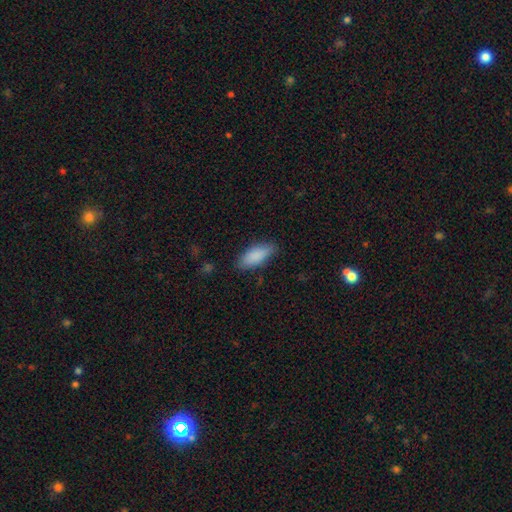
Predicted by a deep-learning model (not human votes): Morphology: type=smooth (87%); roundness=in between (79%); merging=none (82%).